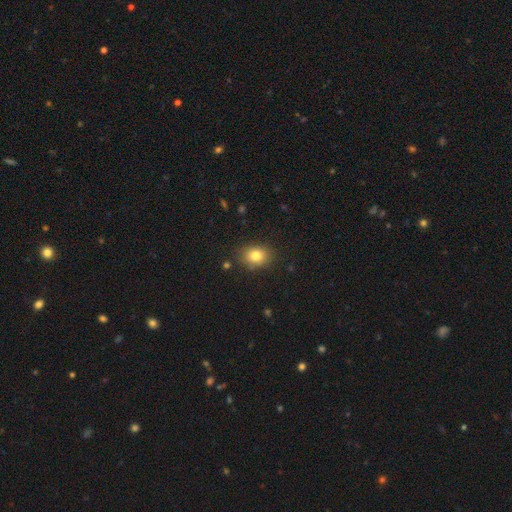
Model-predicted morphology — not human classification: A smooth galaxy with no disk features (82%) that is in between round and cigar-shaped (59%).

Vote fractions:
- Smooth or featured? smooth: 82% / star or artifact: 11% / featured or disk: 8%
- How rounded? in between: 59% / round: 40% / cigar-shaped: 1%
- Merging? none: 84% / minor disturbance: 11% / major disturbance: 3% / merger: 2%